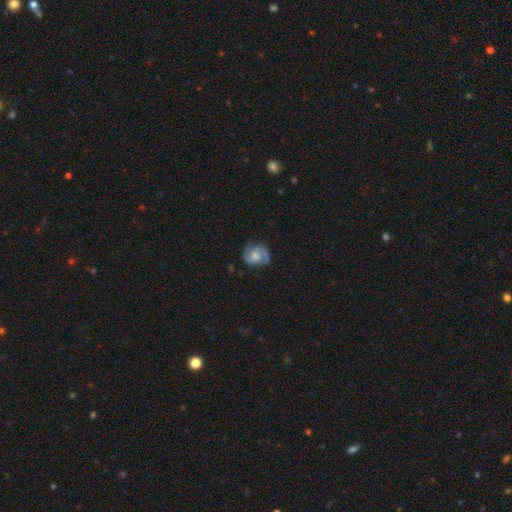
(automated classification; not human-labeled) Overall: featured or disk (68%). Edge-on disk: no (98%). Bar: no (66%; weak 30%). Spiral arms: yes (93%). Spiral arm count: 2 (82%). Spiral winding: medium (45%; tight 40%). Bulge size: moderate (47%; small 36%). Merging: none (73%).